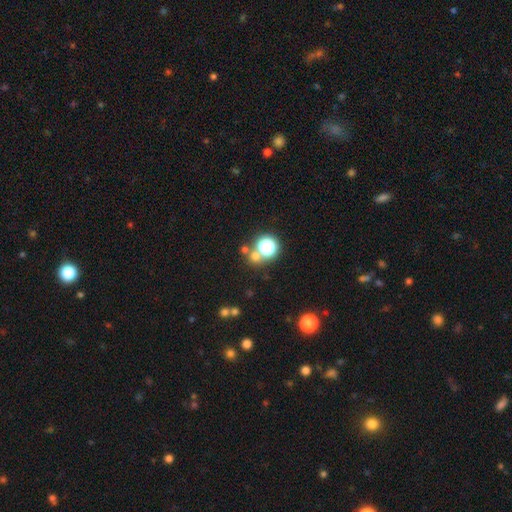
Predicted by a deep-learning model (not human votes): Overall: smooth (53%; star or artifact 37%). How rounded: round (87%). Merging: none (62%; merger 25%).